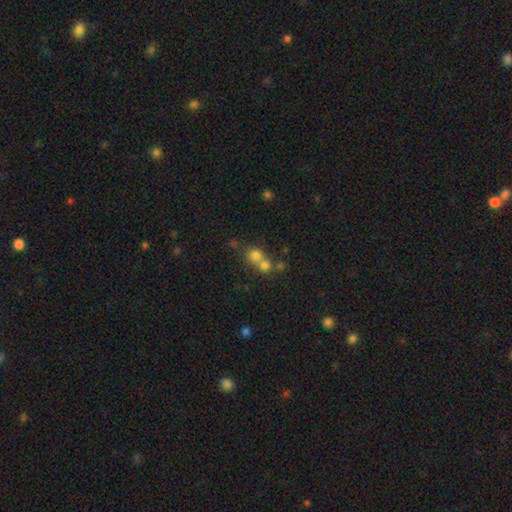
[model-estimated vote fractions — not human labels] A smooth galaxy with no disk features (72%) that is round (84%). Merging: merger (55%).